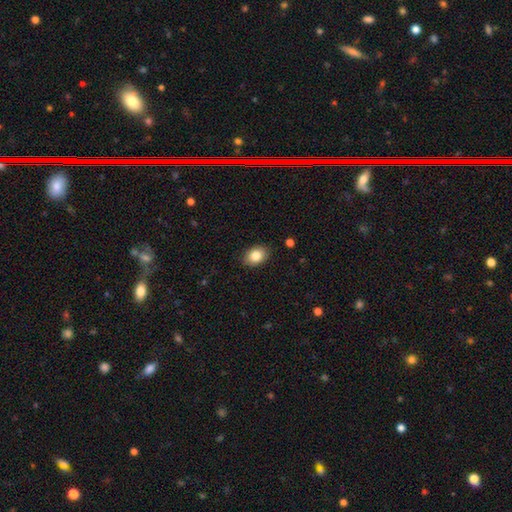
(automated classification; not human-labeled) This is clearly a smooth galaxy (83%). How rounded: likely in between (74%). Merging: clearly none (88%).